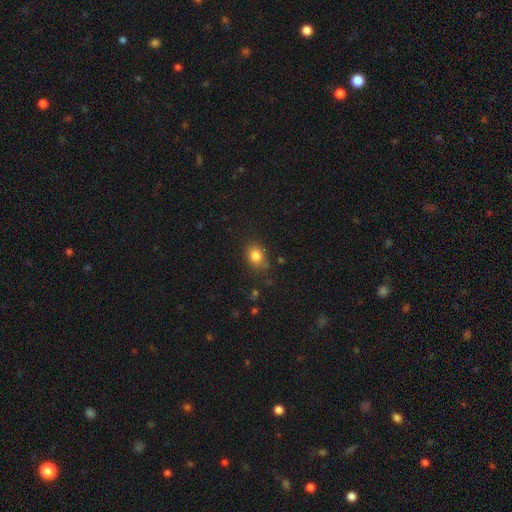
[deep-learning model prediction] The model was most divided on "how rounded": round: 58%, in between: 41%, cigar-shaped: 1%. More confident: smooth or featured — smooth (83%); merging — none (75%).